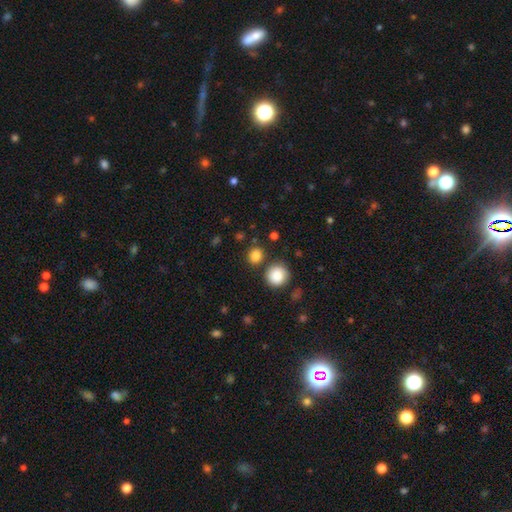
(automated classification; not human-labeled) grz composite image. It shows a smooth galaxy with no disk features (84%) that is round (86%). Merging: none (80%).